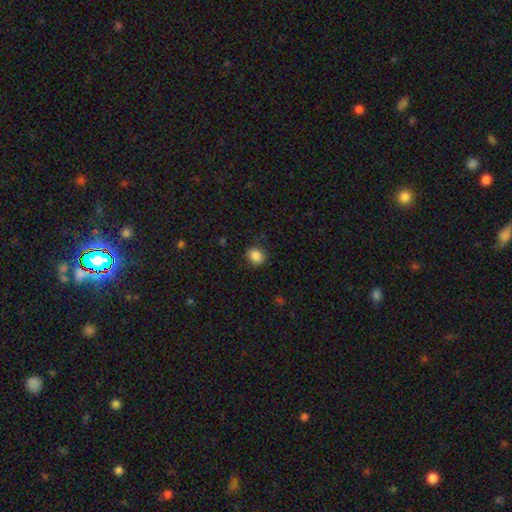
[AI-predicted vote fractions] Smooth or featured? smooth (87%)
How rounded? round (60%)
Merging? none (85%)